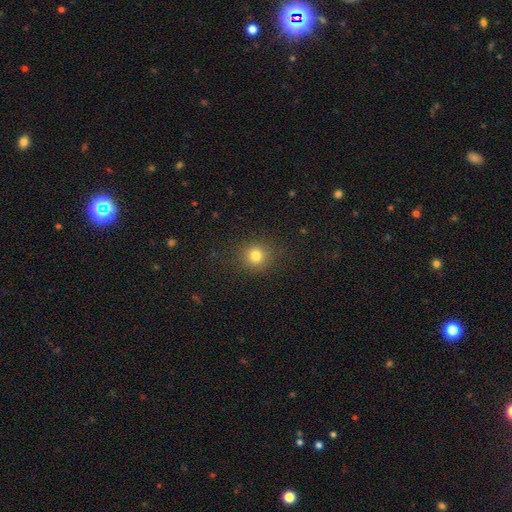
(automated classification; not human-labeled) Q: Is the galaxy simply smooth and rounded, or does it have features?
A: smooth — 80%.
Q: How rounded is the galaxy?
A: round — 89%.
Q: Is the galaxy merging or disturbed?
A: none — 88%.